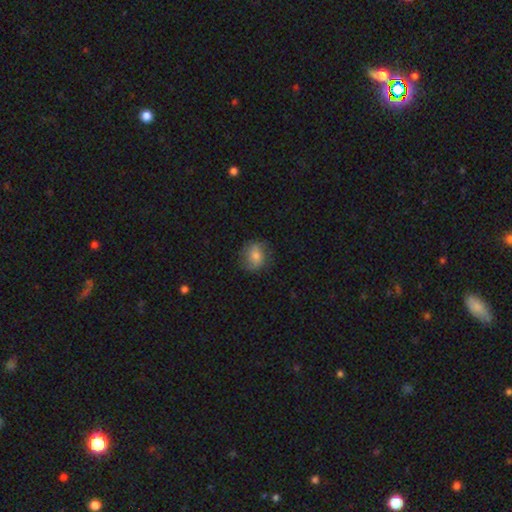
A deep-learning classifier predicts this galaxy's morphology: A smooth galaxy with no disk features (71%) that is round (67%). Merging: none (78%).